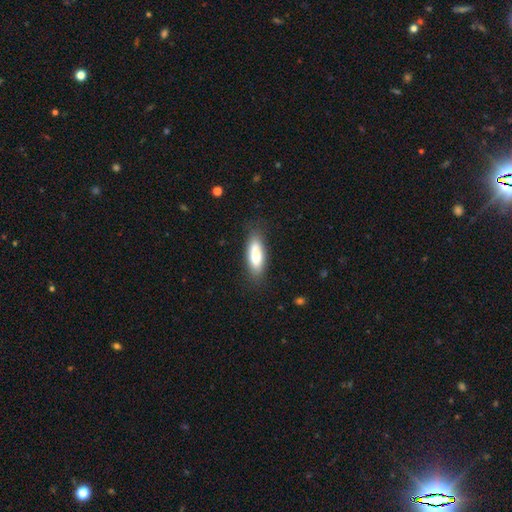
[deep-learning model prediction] This is likely a smooth galaxy (77%). How rounded: likely in between (63%). Merging: likely none (77%).